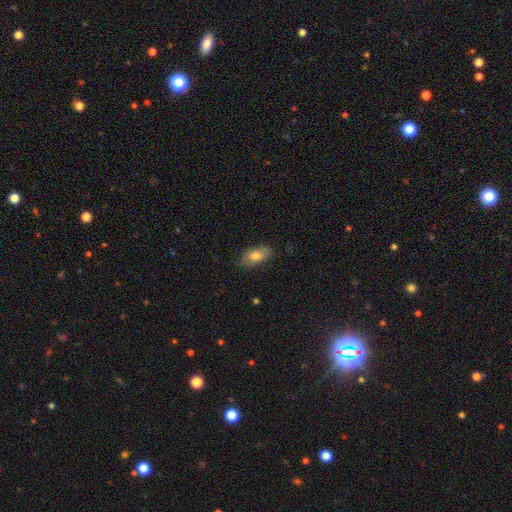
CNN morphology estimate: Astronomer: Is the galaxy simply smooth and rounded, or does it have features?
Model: smooth — 71%.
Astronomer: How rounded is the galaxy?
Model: in between — 91%.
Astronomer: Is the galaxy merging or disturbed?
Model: none — 76%.